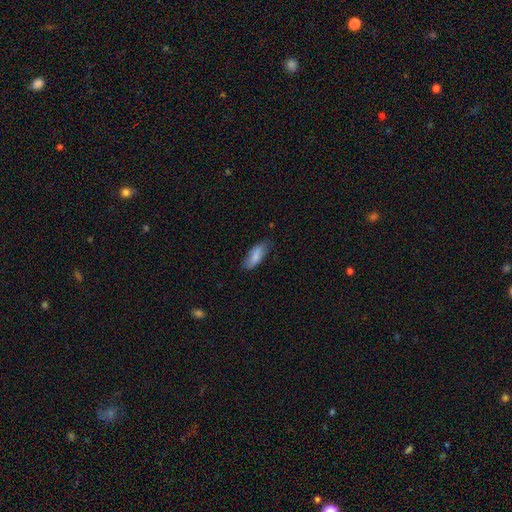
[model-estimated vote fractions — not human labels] Morphology: type=smooth (82%); roundness=in between (75%); merging=none (71%).